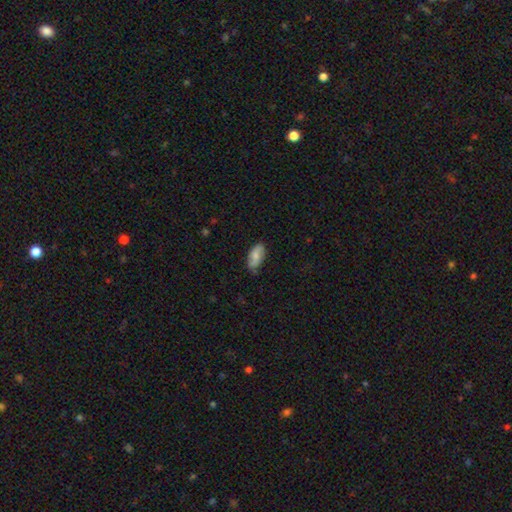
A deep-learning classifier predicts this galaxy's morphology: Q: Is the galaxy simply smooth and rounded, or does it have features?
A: smooth — 68%.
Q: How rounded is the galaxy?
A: in between — 91%.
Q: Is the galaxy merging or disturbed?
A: none — 76%.